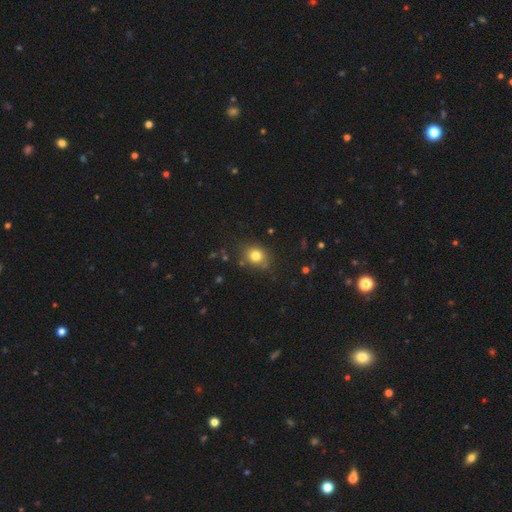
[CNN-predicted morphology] This is clearly a smooth galaxy (80%). How rounded: likely round (65%). Merging: likely none (79%).